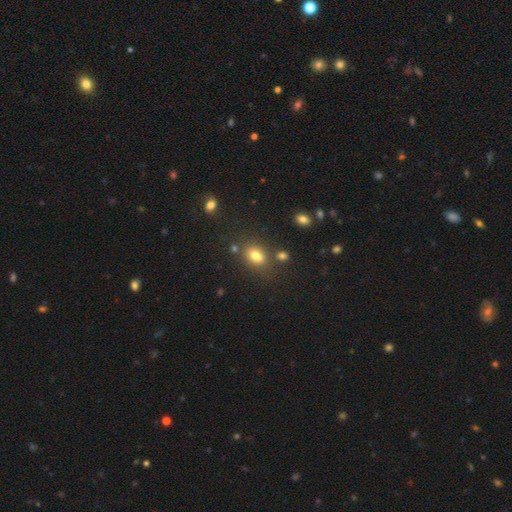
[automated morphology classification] A smooth galaxy with no disk features (78%) that is in between round and cigar-shaped (74%).

Vote fractions:
- Smooth or featured? smooth: 78% / star or artifact: 12% / featured or disk: 9%
- How rounded? in between: 74% / round: 24% / cigar-shaped: 2%
- Merging? none: 68% / merger: 14% / minor disturbance: 13% / major disturbance: 5%